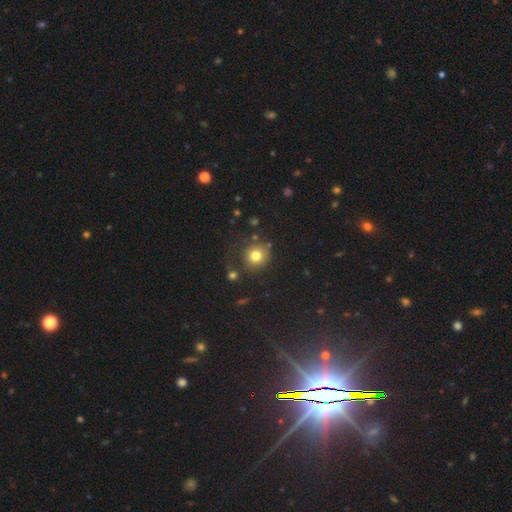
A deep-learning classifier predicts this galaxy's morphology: type=smooth (79%); roundness=round (89%); merging=none (75%).